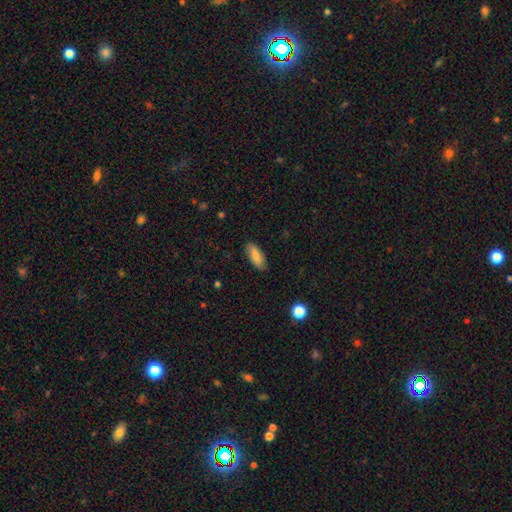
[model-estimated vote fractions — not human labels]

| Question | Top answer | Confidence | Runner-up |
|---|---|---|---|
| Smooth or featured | smooth | 79% | featured or disk (15%) |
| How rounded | in between | 81% | cigar-shaped (17%) |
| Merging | none | 84% | minor disturbance (12%) |